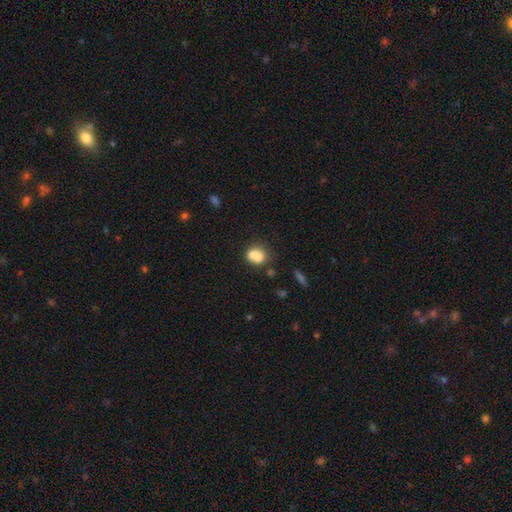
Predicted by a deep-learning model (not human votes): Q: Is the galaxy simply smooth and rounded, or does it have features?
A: smooth — 76%.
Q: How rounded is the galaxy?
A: round — 58%.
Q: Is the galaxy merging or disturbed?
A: merger — 44%.